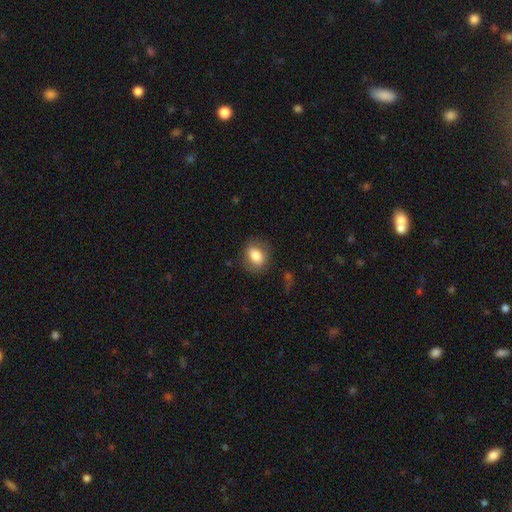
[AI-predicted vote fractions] Smooth or featured? smooth (80%)
How rounded? in between (67%)
Merging? none (79%)